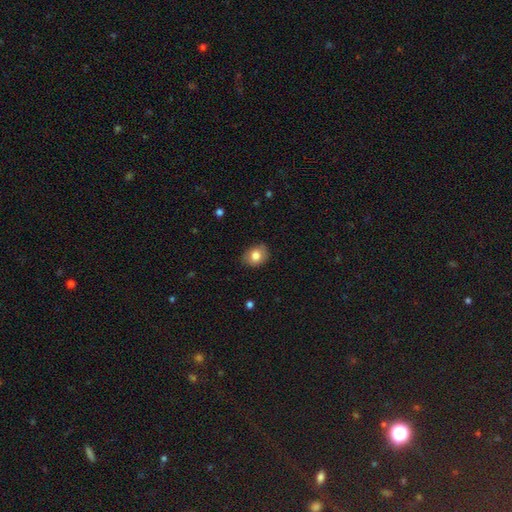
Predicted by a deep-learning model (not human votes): Smooth or featured? Predicted: smooth (p=0.80). How rounded? Predicted: in between (p=0.57). Merging? Predicted: none (p=0.79).